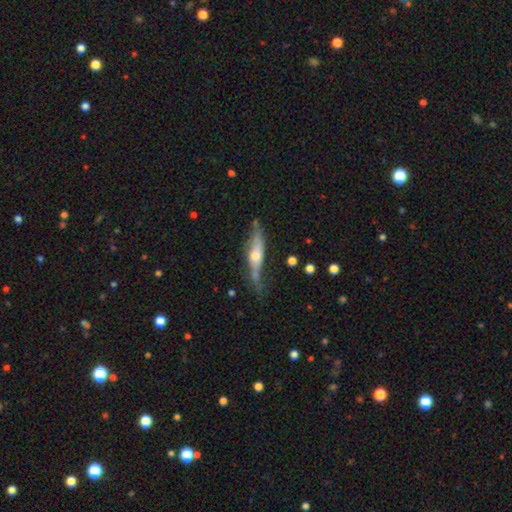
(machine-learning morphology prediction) A featured or disk galaxy (65%) viewed edge-on (73%).

Vote fractions:
- Smooth or featured? featured or disk: 65% / smooth: 28% / star or artifact: 7%
- Edge-on disk? yes: 73% / no: 27%
- Merging? none: 56% / minor disturbance: 28% / major disturbance: 12% / merger: 4%